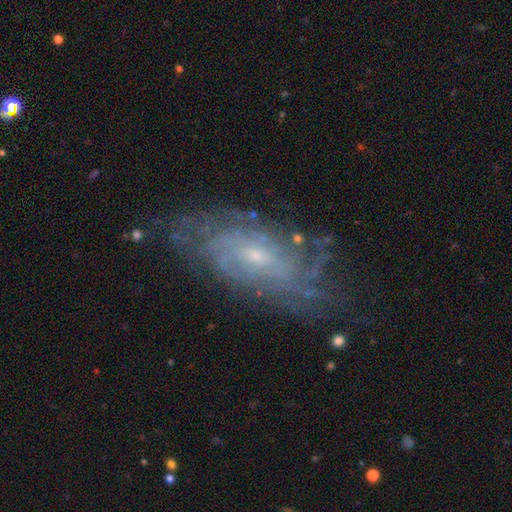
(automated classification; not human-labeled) Morphology: type=featured or disk (82%); edge-on=no (91%); bar=no (59%); spiral arms=yes (92%); winding=tight (66%); arm count=can't tell (53%); bulge=small (70%); merging=none (74%).